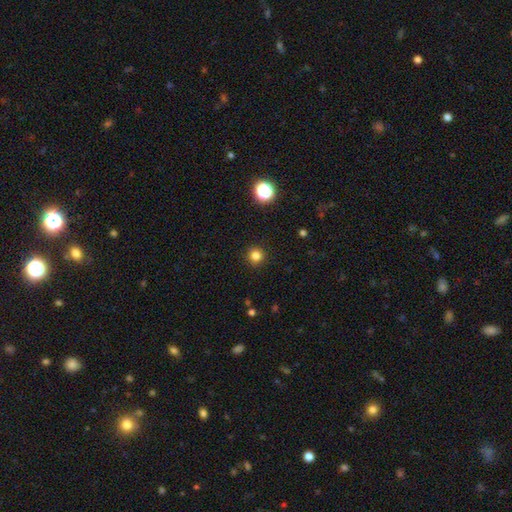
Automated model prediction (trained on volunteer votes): This appears to be a smooth galaxy with no disk features (82%) that is round (95%). Merging: none (92%).